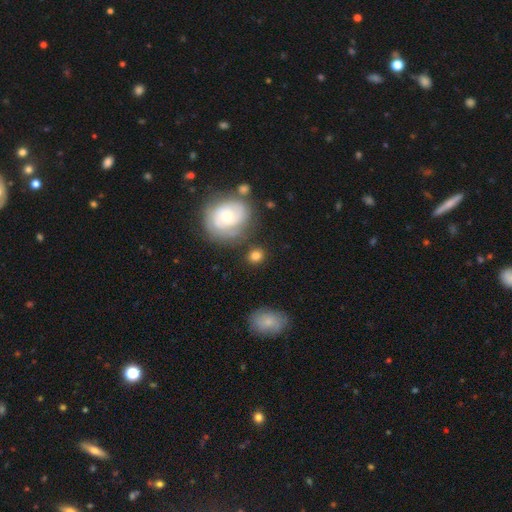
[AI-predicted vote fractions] smooth-or-featured: smooth: 75% | featured or disk: 16% | star or artifact: 9%
  how-rounded: round: 67% | in between: 31% | cigar-shaped: 1%
  merging: none: 74% | minor disturbance: 14% | merger: 6% | major disturbance: 5%